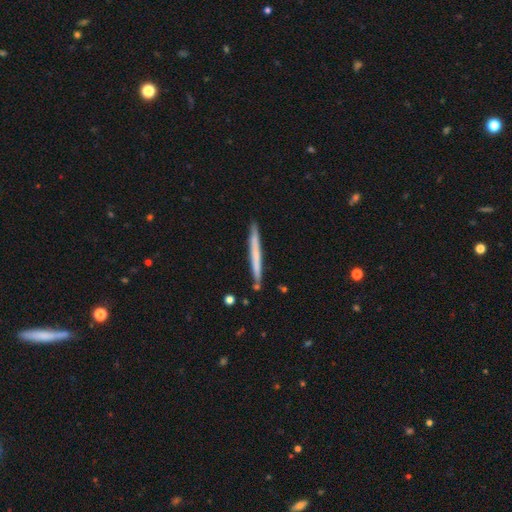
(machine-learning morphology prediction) Smooth or featured?
  - smooth: 56% *
  - featured or disk: 38%
  - star or artifact: 5%
How rounded?
  - cigar-shaped: 97% *
  - in between: 2%
  - round: 1%
Merging?
  - none: 88% *
  - minor disturbance: 8%
  - merger: 2%
  - major disturbance: 1%